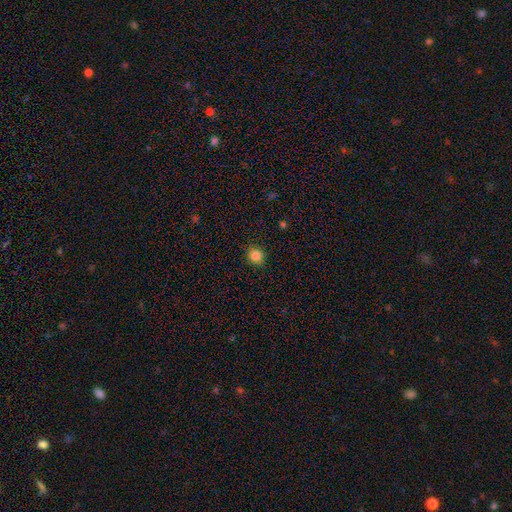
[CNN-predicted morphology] This is clearly a smooth galaxy (85%). How rounded: clearly round (87%). Merging: clearly none (90%).